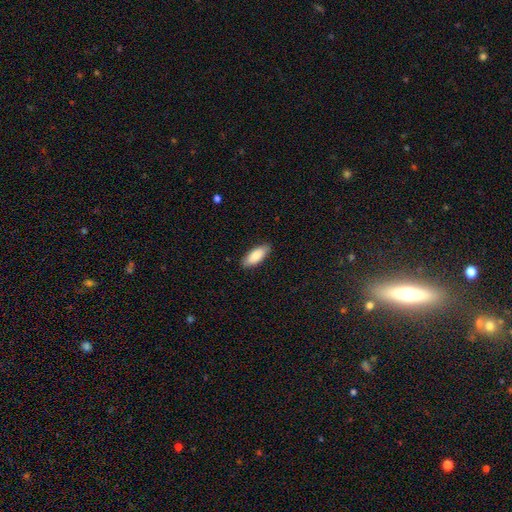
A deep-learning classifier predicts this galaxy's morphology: This appears to be a smooth galaxy with no disk features (87%) that is in between round and cigar-shaped (76%). Merging: none (87%).